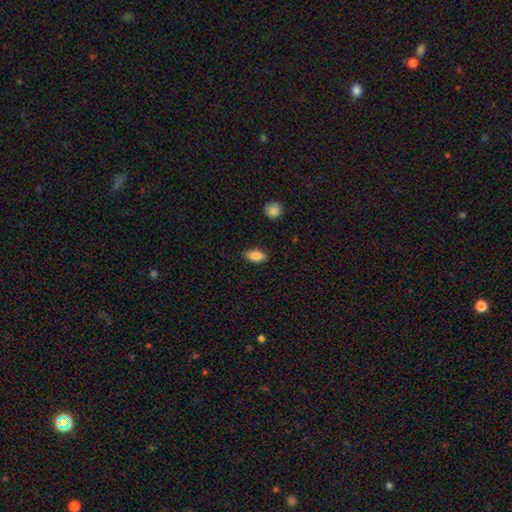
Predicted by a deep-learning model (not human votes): Overall: smooth (85%). How rounded: in between (88%). Merging: none (88%).